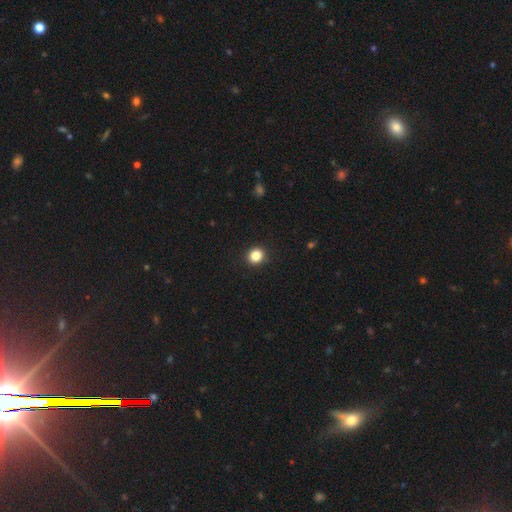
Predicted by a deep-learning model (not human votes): smooth_or_featured: smooth (p=0.85) [alt: star or artifact p=0.11]
how_rounded: round (p=0.85) [alt: in between p=0.14]
merging: none (p=0.92) [alt: minor disturbance p=0.05]